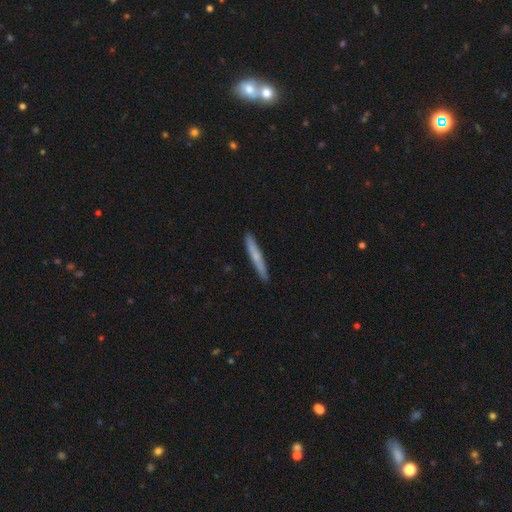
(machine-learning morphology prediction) smooth-or-featured: smooth: 57% | featured or disk: 37% | star or artifact: 6%
  how-rounded: cigar-shaped: 96% | in between: 3% | round: 1%
  merging: none: 90% | minor disturbance: 7% | major disturbance: 1% | merger: 1%